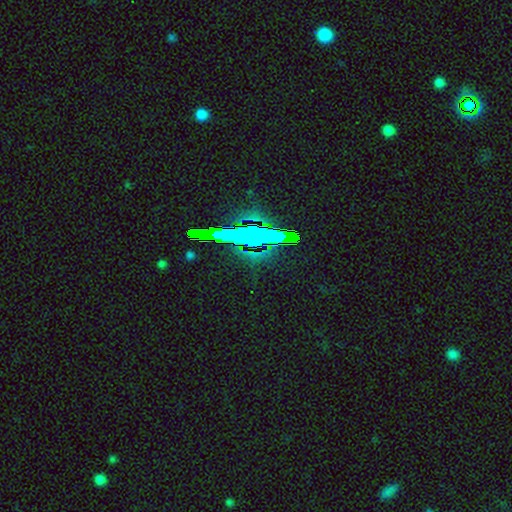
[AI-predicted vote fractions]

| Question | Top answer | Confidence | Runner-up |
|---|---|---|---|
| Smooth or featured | star or artifact | 74% | featured or disk (14%) |